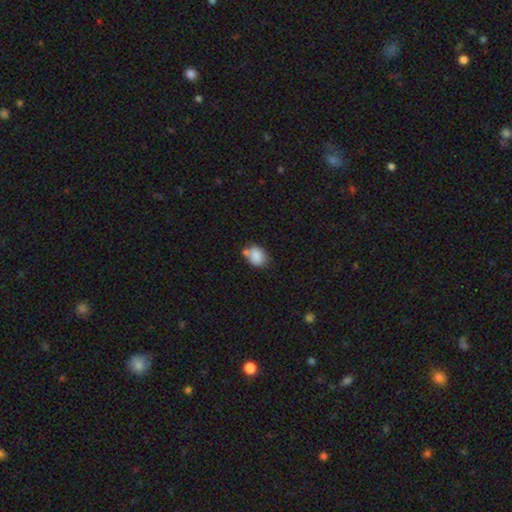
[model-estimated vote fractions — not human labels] Smooth or featured? smooth (84%)
How rounded? in between (56%)
Merging? none (50%)